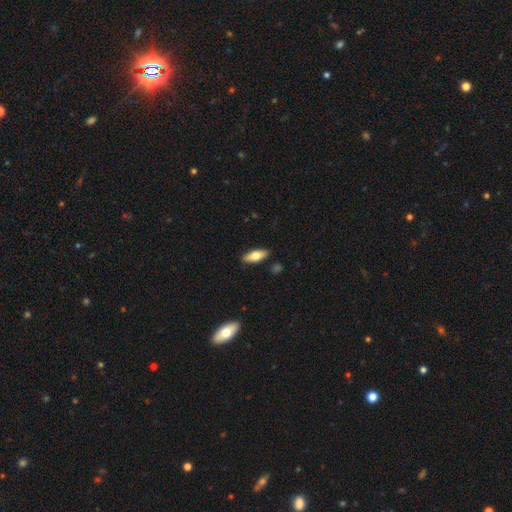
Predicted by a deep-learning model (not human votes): This appears to be a smooth galaxy with no disk features (68%) that is in between round and cigar-shaped (73%). Merging: none (88%).